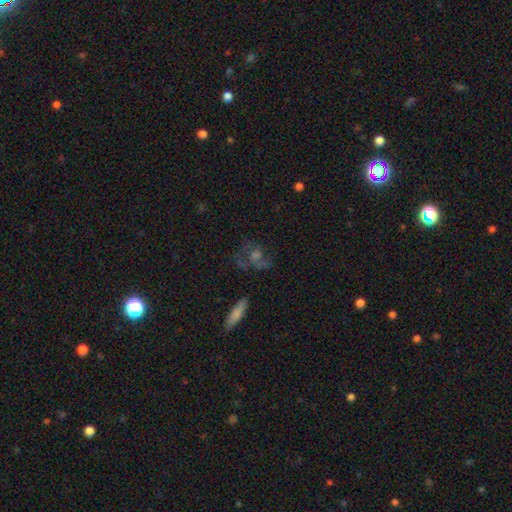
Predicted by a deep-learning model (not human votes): featured or disk 52%, smooth 26%, star or artifact 22%. Down the decision tree: edge-on disk — no (92%); merging — none (58%).